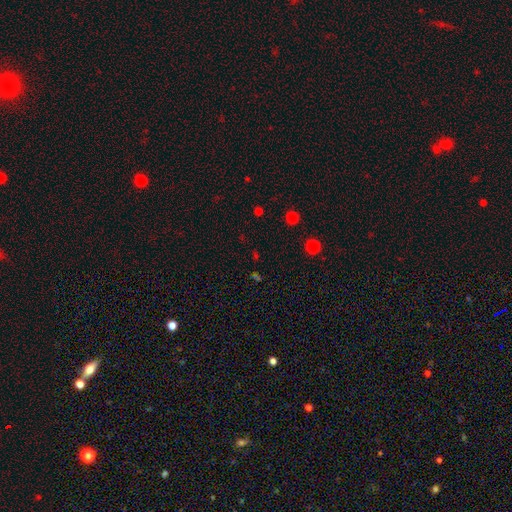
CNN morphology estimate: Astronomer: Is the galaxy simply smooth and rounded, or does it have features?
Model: star or artifact — 54% (runner-up: smooth, 38%).